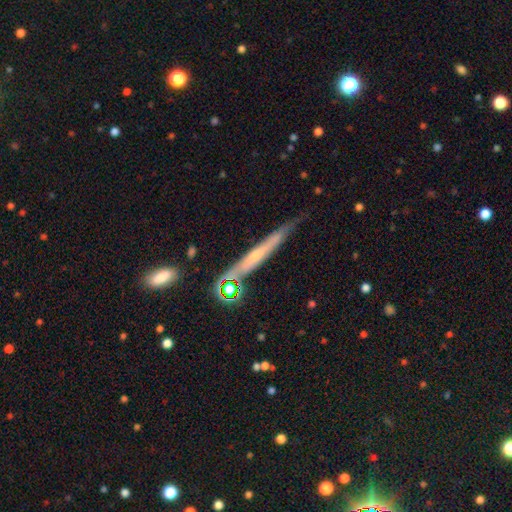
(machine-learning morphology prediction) A featured or disk galaxy (64%) viewed edge-on (92%) with no central bulge (49%). Merging: none (76%).